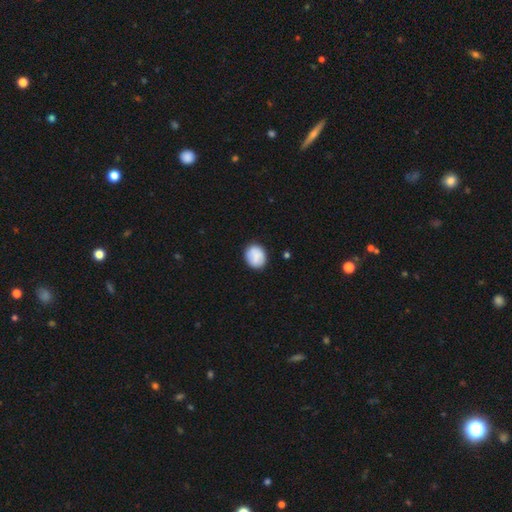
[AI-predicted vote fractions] This appears to be a smooth galaxy with no disk features (80%) that is round (65%). Merging: none (82%).